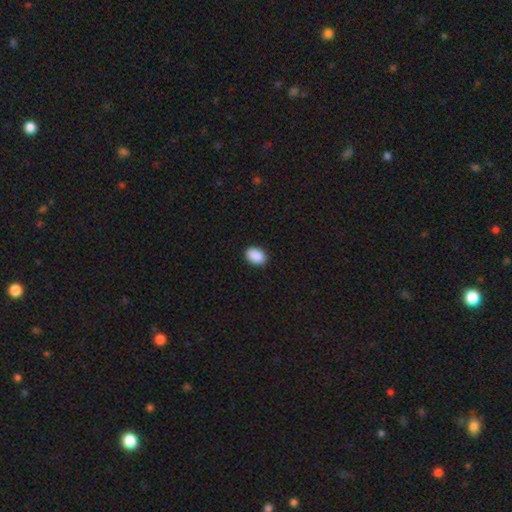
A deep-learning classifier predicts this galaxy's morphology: This is clearly a smooth galaxy (91%). How rounded: clearly in between (84%). Merging: clearly none (90%).